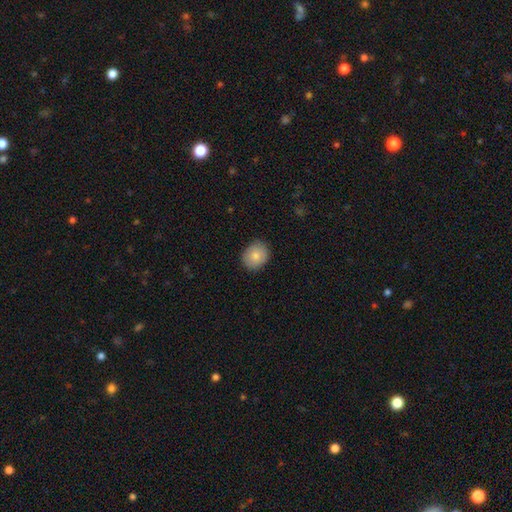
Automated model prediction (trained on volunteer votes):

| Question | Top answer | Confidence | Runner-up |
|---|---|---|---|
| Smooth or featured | smooth | 83% | featured or disk (10%) |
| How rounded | round | 63% | in between (36%) |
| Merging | none | 85% | minor disturbance (12%) |